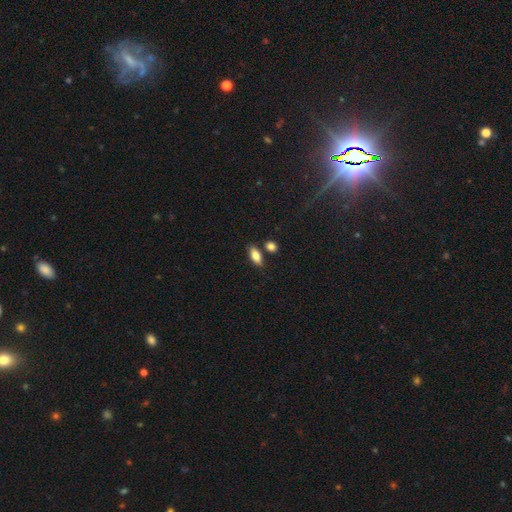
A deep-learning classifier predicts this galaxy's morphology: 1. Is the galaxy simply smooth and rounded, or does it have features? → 82% smooth, 11% featured or disk, 7% star or artifact.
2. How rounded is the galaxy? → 84% in between, 12% cigar-shaped, 4% round.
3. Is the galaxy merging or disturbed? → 76% none, 12% minor disturbance, 10% merger, 3% major disturbance.